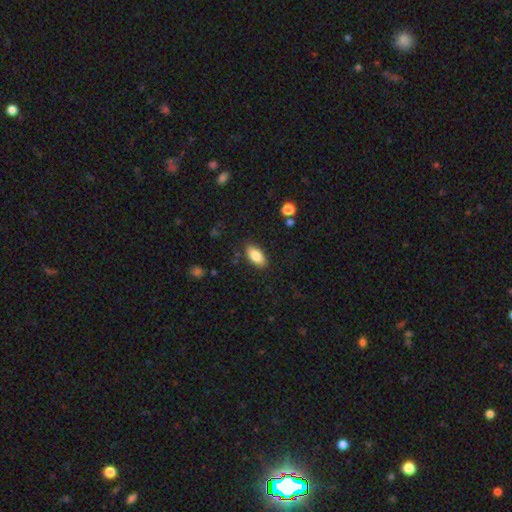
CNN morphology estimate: This appears to be a smooth galaxy with no disk features (84%) that is in between round and cigar-shaped (90%). Merging: none (86%).